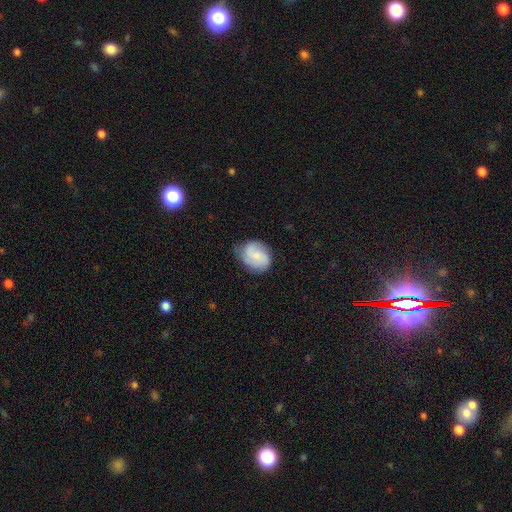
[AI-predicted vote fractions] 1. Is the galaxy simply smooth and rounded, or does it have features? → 49% smooth, 43% featured or disk, 8% star or artifact.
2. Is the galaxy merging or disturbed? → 65% none, 26% minor disturbance, 7% major disturbance, 1% merger.